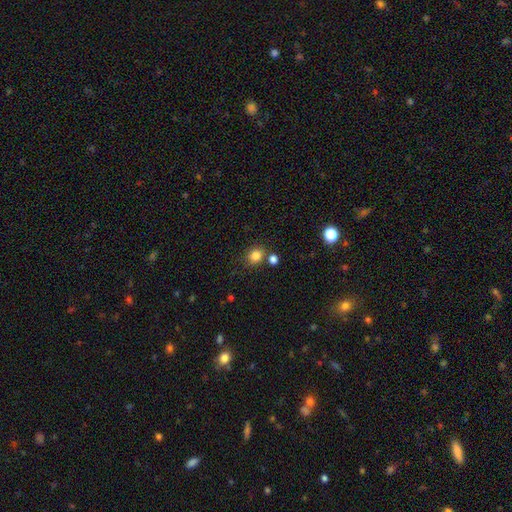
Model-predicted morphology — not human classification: smooth_or_featured: smooth (p=0.83) [alt: star or artifact p=0.12]
how_rounded: round (p=0.67) [alt: in between p=0.32]
merging: none (p=0.72) [alt: merger p=0.14]